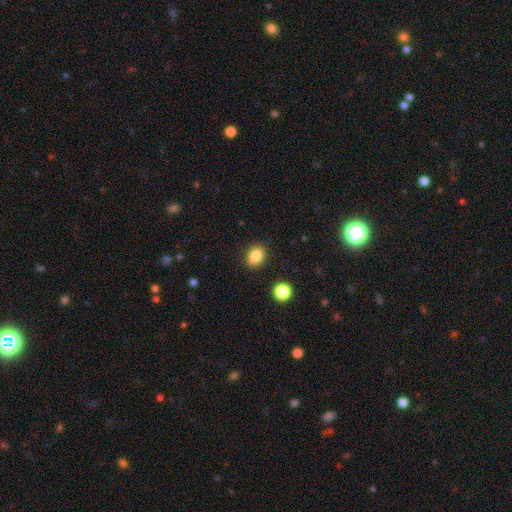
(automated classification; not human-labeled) The model was most divided on "how rounded": round: 53%, in between: 46%, cigar-shaped: 1%. More confident: merging — none (88%); smooth or featured — smooth (84%).